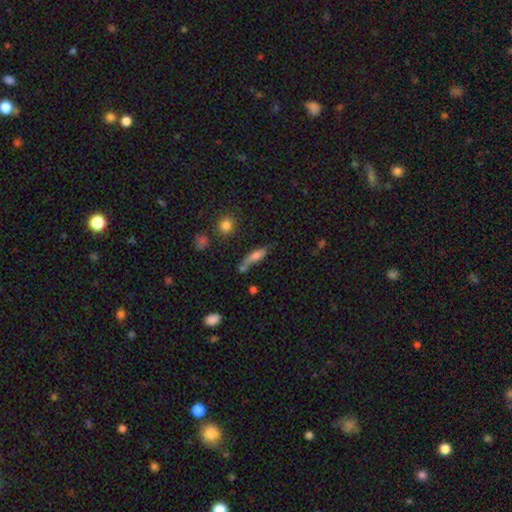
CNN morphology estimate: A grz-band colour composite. It shows a smooth galaxy with no disk features (68%) that is cigar-shaped (57%). Merging: none (46%).